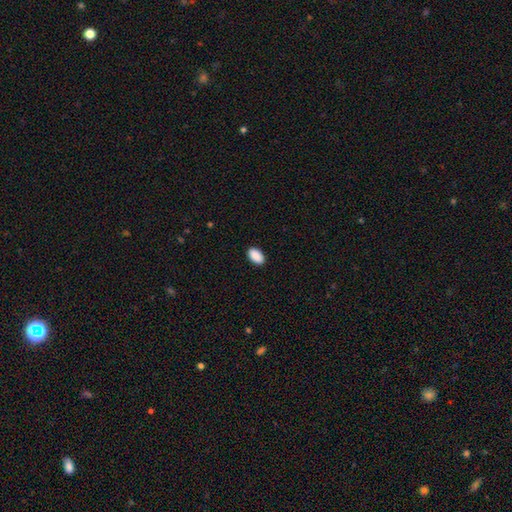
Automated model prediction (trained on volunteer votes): A smooth galaxy with no disk features (91%) that is in between round and cigar-shaped (95%). Merging: none (90%).